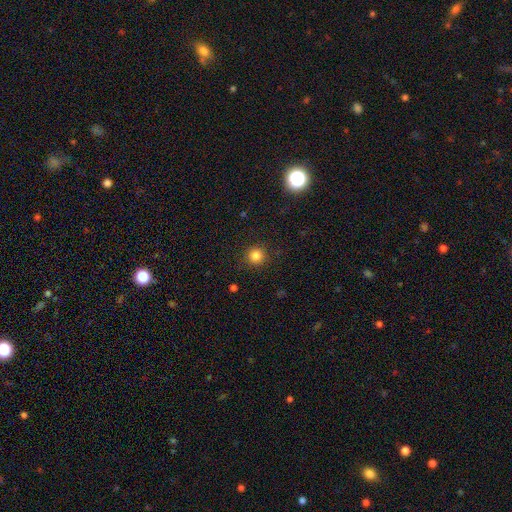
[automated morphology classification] Smooth or featured? Predicted: smooth (p=0.83). How rounded? Predicted: round (p=0.94). Merging? Predicted: none (p=0.91).